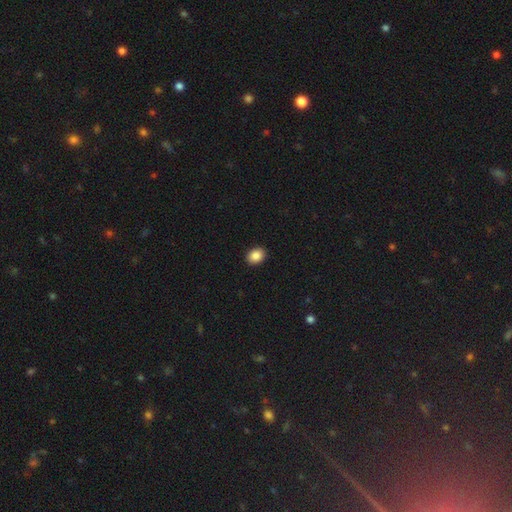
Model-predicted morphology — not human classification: Smooth or featured: smooth — 87% (star or artifact — 9%)
How rounded: in between — 55% (round — 44%)
Merging: none — 92% (minor disturbance — 6%)